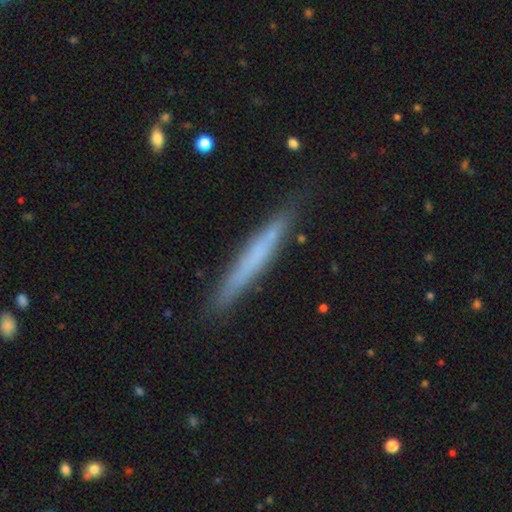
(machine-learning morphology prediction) smooth-or-featured: smooth: 53% | featured or disk: 40% | star or artifact: 7%
  how-rounded: cigar-shaped: 96% | in between: 3% | round: 1%
  merging: none: 86% | minor disturbance: 10% | major disturbance: 2% | merger: 1%